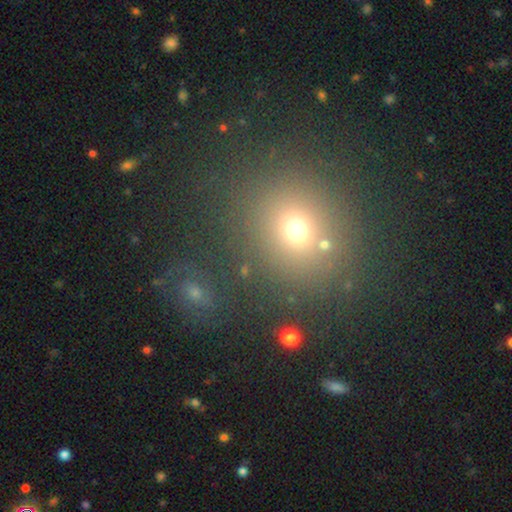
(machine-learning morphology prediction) smooth 58%, star or artifact 33%, featured or disk 9%. Down the decision tree: how rounded — round (81%); merging — none (82%).